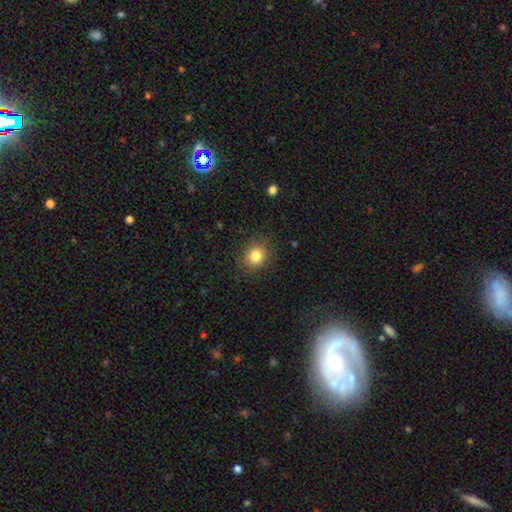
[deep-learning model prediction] smooth 82%, star or artifact 11%, featured or disk 7%. Down the decision tree: how rounded — round (72%); merging — none (87%).